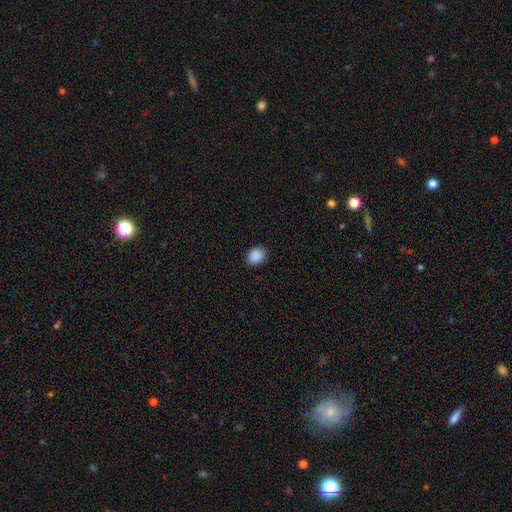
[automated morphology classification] smooth-or-featured: smooth: 89% | star or artifact: 8% | featured or disk: 3%
  how-rounded: round: 57% | in between: 42% | cigar-shaped: 1%
  merging: none: 86% | minor disturbance: 11% | major disturbance: 2% | merger: 1%